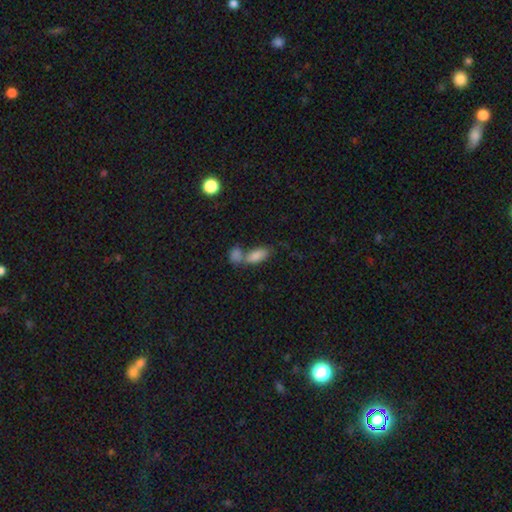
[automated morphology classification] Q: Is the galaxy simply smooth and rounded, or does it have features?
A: smooth — 82%.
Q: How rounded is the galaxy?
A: in between — 86%.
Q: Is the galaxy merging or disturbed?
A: merger — 56%.